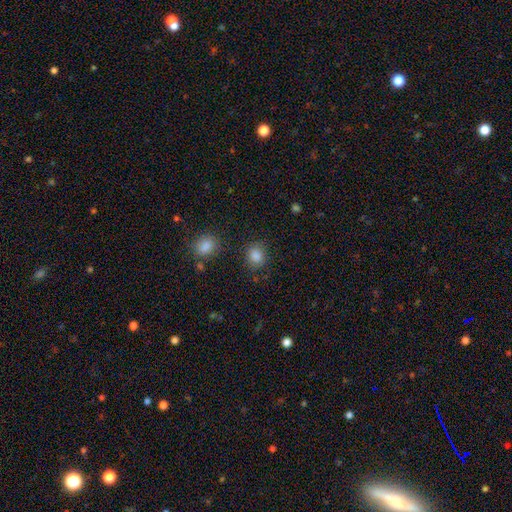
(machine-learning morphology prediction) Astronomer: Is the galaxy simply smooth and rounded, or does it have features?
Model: smooth — 85%.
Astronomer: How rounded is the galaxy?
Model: round — 71%.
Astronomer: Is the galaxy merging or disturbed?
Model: none — 84%.